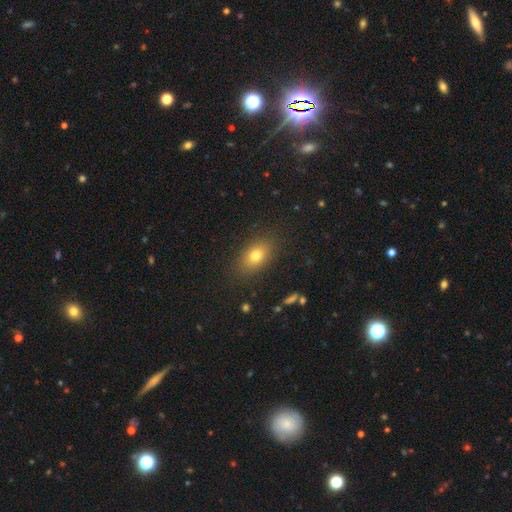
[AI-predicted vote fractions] A smooth galaxy with no disk features (77%) that is in between round and cigar-shaped (80%). Merging: none (86%).